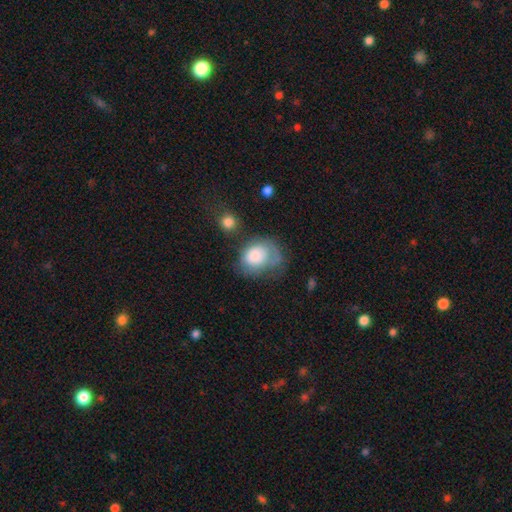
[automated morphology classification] This is likely a smooth galaxy (73%). How rounded: possibly in between (59%). Merging: marginally none (35%).